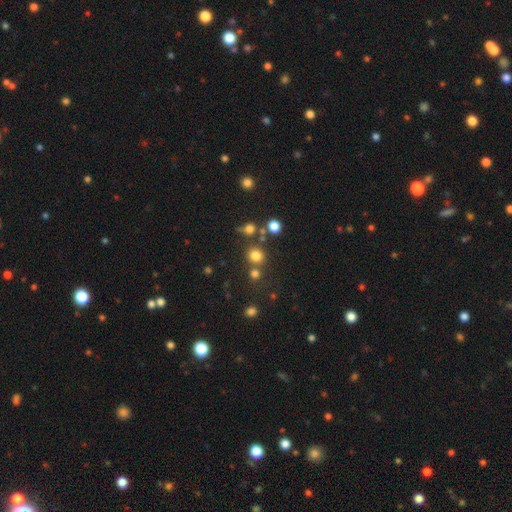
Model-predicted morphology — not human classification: Smooth or featured: smooth — 76% (star or artifact — 17%)
How rounded: round — 87% (in between — 12%)
Merging: none — 71% (merger — 16%)